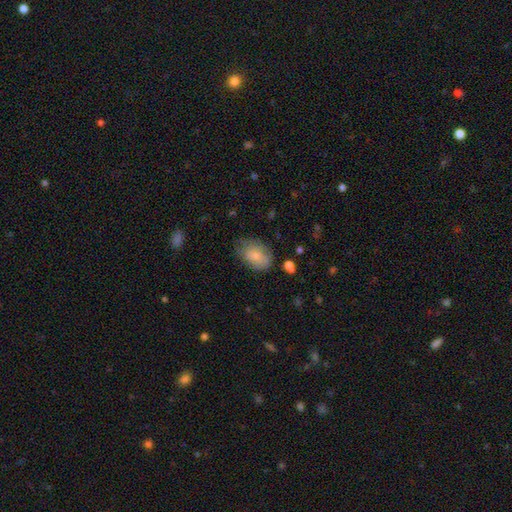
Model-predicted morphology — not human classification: Q: Smooth or featured?
A: smooth (80%); runner-up: featured or disk (13%)
Q: How rounded?
A: in between (81%); runner-up: round (18%)
Q: Merging?
A: none (61%); runner-up: minor disturbance (28%)